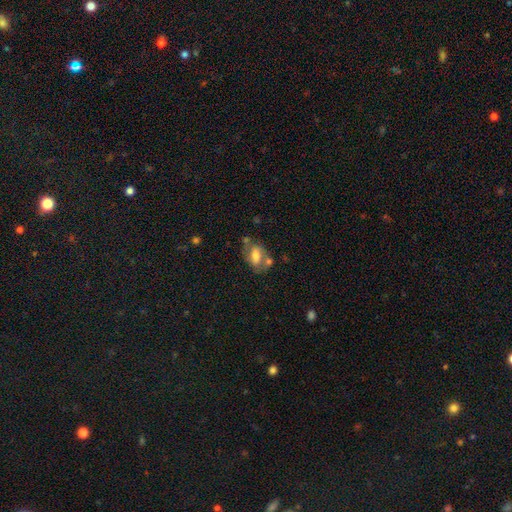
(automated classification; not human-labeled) Smooth or featured: smooth — 54% (featured or disk — 38%)
How rounded: in between — 84% (round — 12%)
Merging: none — 51% (merger — 20%)